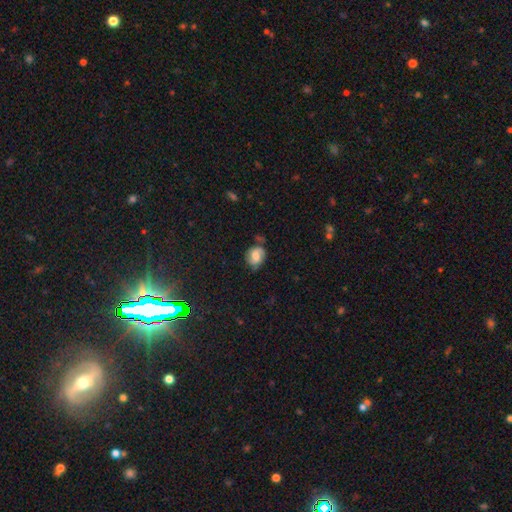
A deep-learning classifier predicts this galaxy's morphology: This is possibly a featured or disk galaxy (46%). Merging: likely none (60%).